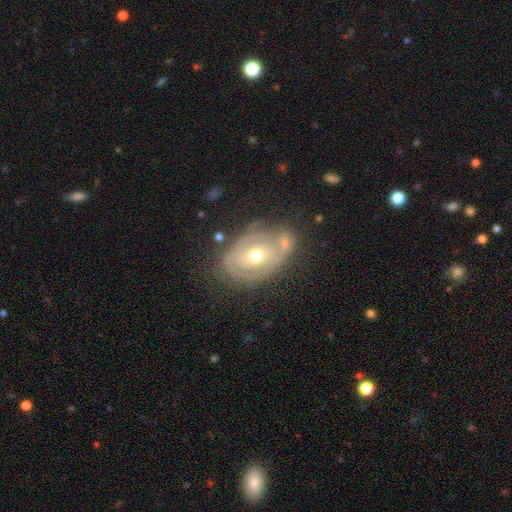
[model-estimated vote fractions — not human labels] Smooth or featured: featured or disk — 73% (smooth — 21%)
Edge-on disk: no — 94% (yes — 6%)
Bar: no — 71% (weak — 22%)
Spiral arms: yes — 56% (no — 44%)
Bulge size: moderate — 72% (small — 21%)
Merging: none — 53% (minor disturbance — 23%)